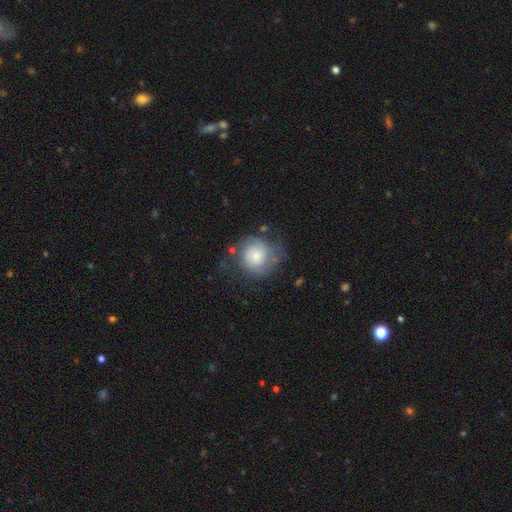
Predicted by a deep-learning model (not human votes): A smooth galaxy with no disk features (58%) that is round (87%).

Vote fractions:
- Smooth or featured? smooth: 58% / featured or disk: 34% / star or artifact: 8%
- How rounded? round: 87% / in between: 12% / cigar-shaped: 1%
- Merging? none: 53% / minor disturbance: 26% / major disturbance: 17% / merger: 4%